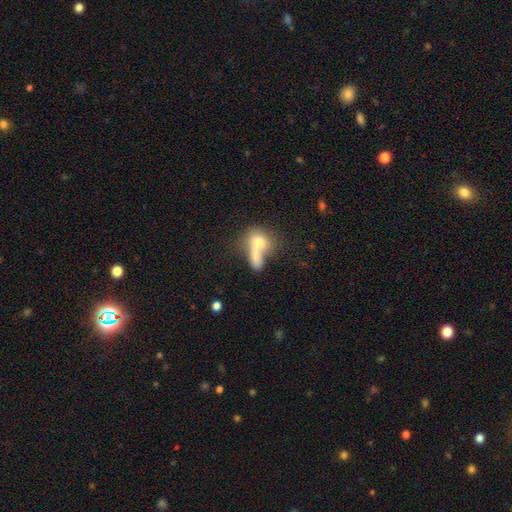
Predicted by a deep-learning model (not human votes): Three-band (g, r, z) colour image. It shows a smooth galaxy with no disk features (73%) that is in between round and cigar-shaped (57%). Merging: merger (64%).